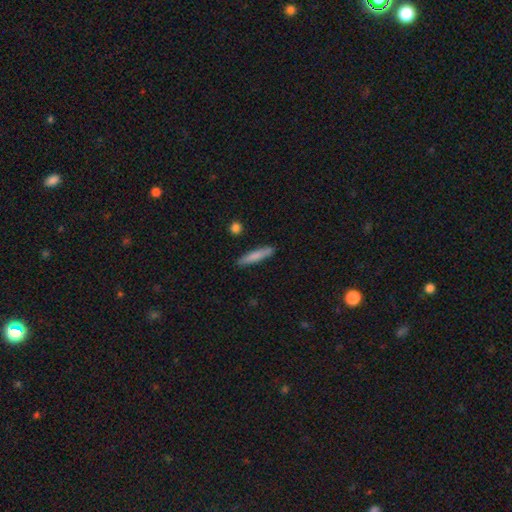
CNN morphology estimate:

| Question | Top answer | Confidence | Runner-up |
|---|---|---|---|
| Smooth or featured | smooth | 77% | featured or disk (17%) |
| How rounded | cigar-shaped | 90% | in between (9%) |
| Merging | none | 87% | minor disturbance (9%) |